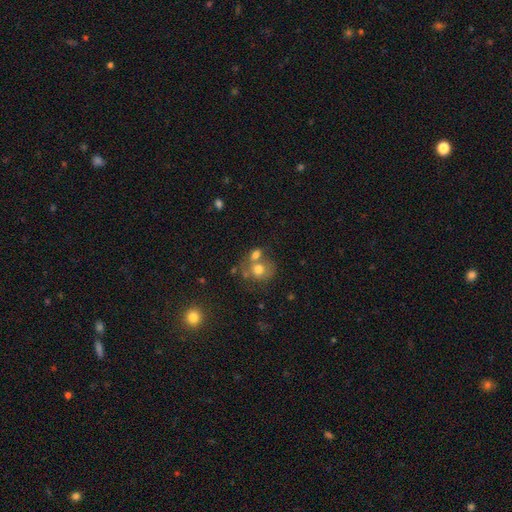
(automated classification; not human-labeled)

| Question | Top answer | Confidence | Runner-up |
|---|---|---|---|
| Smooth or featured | smooth | 65% | featured or disk (23%) |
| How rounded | round | 68% | in between (31%) |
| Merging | merger | 48% | none (34%) |